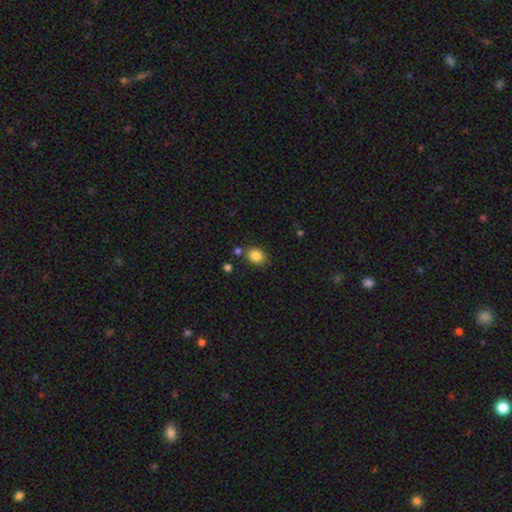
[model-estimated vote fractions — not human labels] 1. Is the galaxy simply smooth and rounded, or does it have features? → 85% smooth, 10% star or artifact, 5% featured or disk.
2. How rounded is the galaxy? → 57% round, 42% in between, 1% cigar-shaped.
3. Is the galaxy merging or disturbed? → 74% none, 14% minor disturbance, 9% merger, 4% major disturbance.